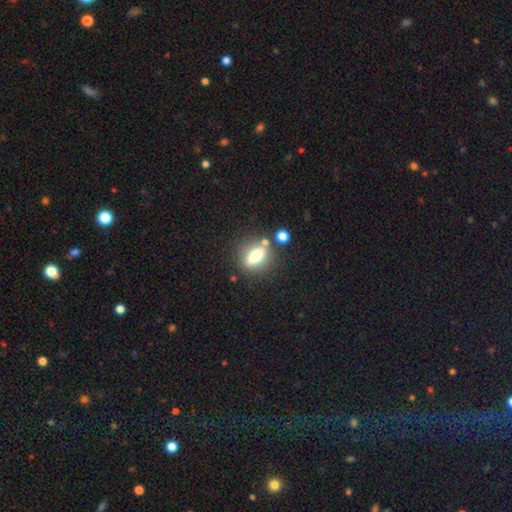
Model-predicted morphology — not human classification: This appears to be a smooth galaxy with no disk features (58%) that is in between round and cigar-shaped (60%). Merging: none (76%).